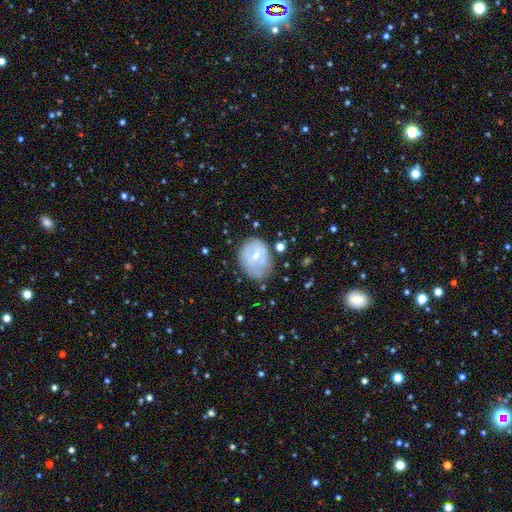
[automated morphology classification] Overall: featured or disk (48%; smooth 44%). Merging: none (48%; minor disturbance 31%).